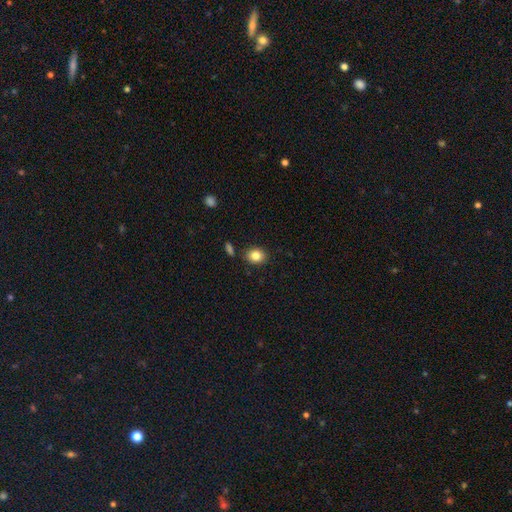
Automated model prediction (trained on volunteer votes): This appears to be a smooth galaxy with no disk features (84%) that is round (54%). Merging: none (85%).